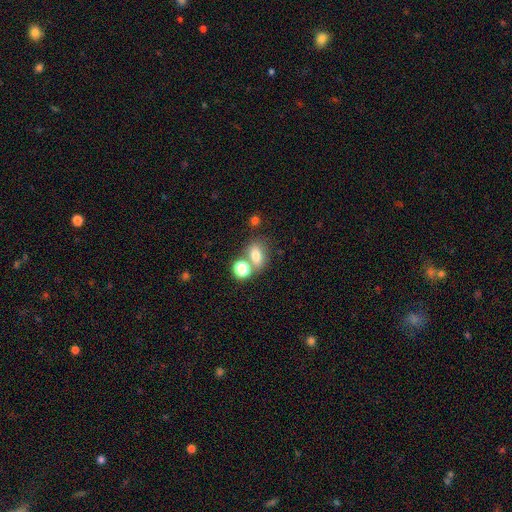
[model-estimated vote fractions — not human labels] A smooth galaxy with no disk features (75%) that is in between round and cigar-shaped (69%).

Vote fractions:
- Smooth or featured? smooth: 75% / star or artifact: 13% / featured or disk: 12%
- How rounded? in between: 69% / round: 28% / cigar-shaped: 3%
- Merging? none: 52% / merger: 31% / minor disturbance: 12% / major disturbance: 5%